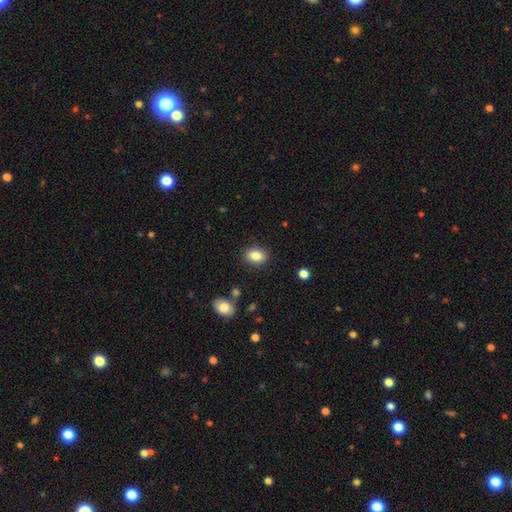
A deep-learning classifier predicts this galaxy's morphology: smooth 84%, star or artifact 9%, featured or disk 7%. Down the decision tree: how rounded — in between (75%); merging — none (87%).